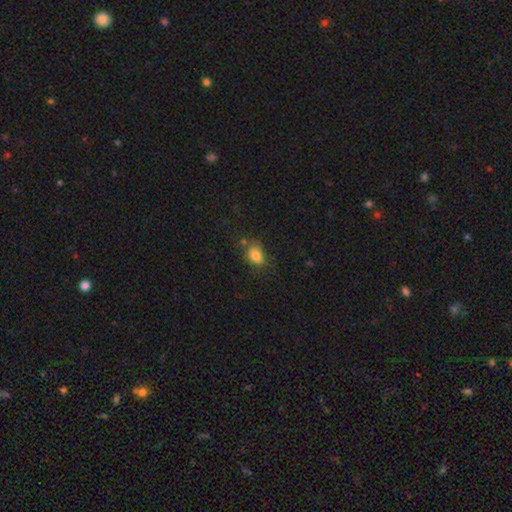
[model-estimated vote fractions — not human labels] Morphology: type=smooth (82%); roundness=in between (64%); merging=none (64%).